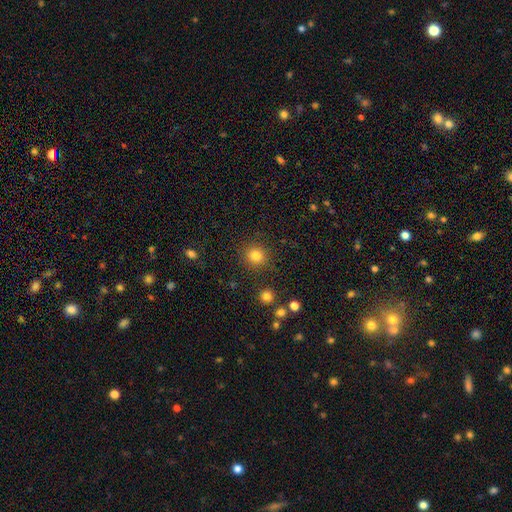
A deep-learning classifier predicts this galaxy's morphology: A smooth galaxy with no disk features (83%) that is round (90%).

Vote fractions:
- Smooth or featured? smooth: 83% / star or artifact: 12% / featured or disk: 5%
- How rounded? round: 90% / in between: 9% / cigar-shaped: 1%
- Merging? none: 88% / minor disturbance: 7% / major disturbance: 3% / merger: 2%